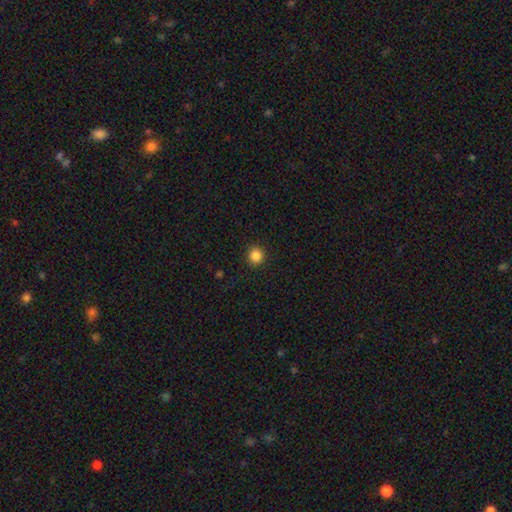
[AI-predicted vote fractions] Smooth or featured: smooth — 86% (star or artifact — 11%)
How rounded: round — 93% (in between — 6%)
Merging: none — 92% (minor disturbance — 5%)